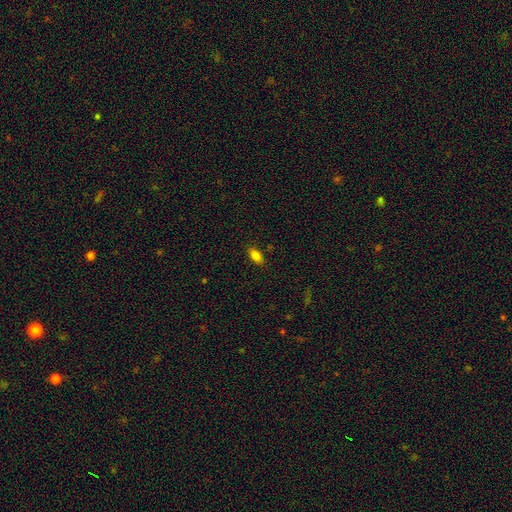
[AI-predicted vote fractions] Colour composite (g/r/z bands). It shows a smooth galaxy with no disk features (82%) that is in between round and cigar-shaped (88%). Merging: none (86%).